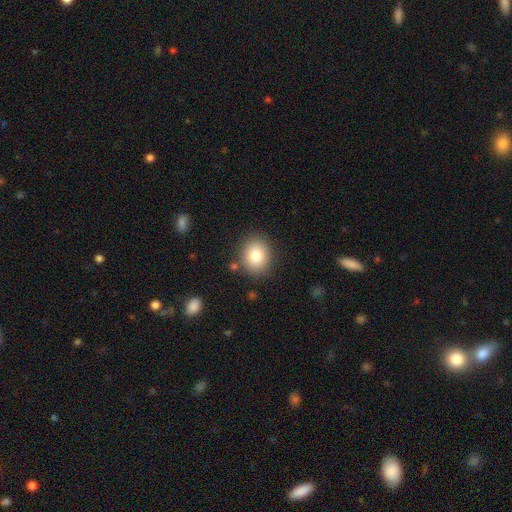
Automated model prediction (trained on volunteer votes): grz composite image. It shows a smooth galaxy with no disk features (81%) that is round (64%). Merging: none (84%).